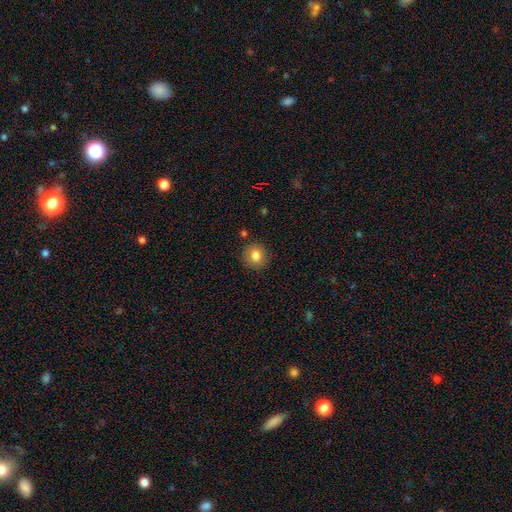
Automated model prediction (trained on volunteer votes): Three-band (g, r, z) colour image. It shows a smooth galaxy with no disk features (82%) that is round (89%). Merging: none (88%).